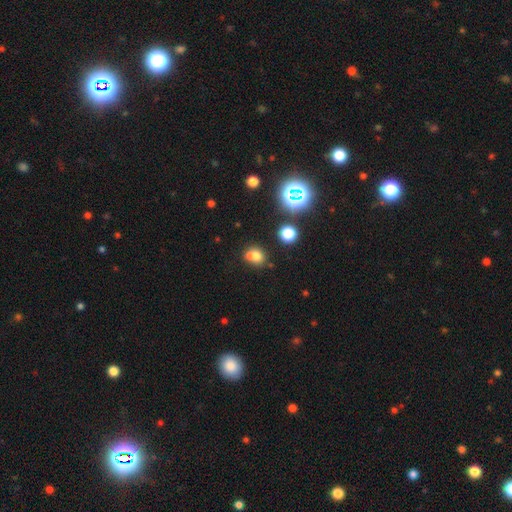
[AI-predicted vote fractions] smooth 68%, star or artifact 18%, featured or disk 14%. Down the decision tree: how rounded — round (67%); merging — merger (45%).